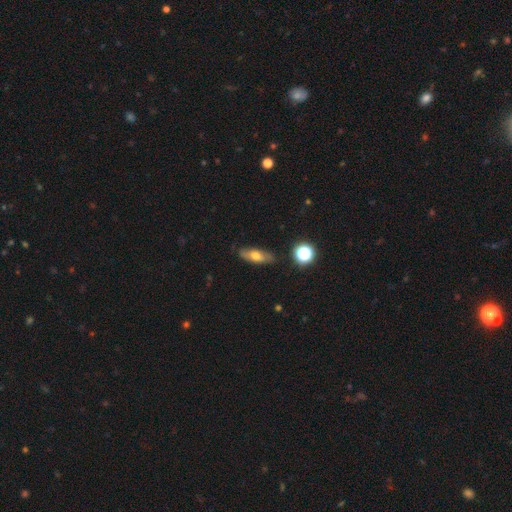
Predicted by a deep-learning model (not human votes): Smooth or featured?
  - smooth: 57% *
  - featured or disk: 33%
  - star or artifact: 10%
How rounded?
  - in between: 66% *
  - cigar-shaped: 28%
  - round: 7%
Merging?
  - none: 82% *
  - minor disturbance: 14%
  - major disturbance: 3%
  - merger: 2%